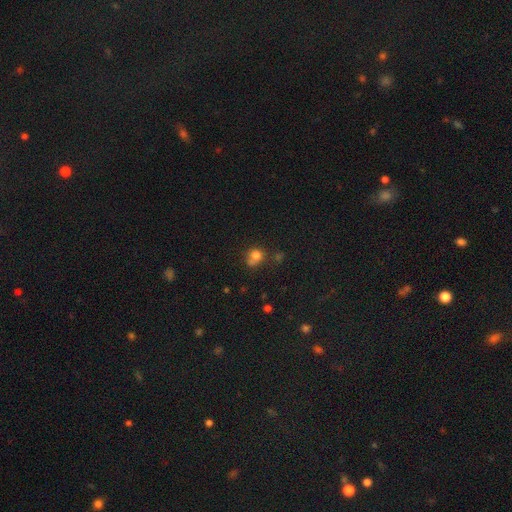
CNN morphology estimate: This is likely a smooth galaxy (77%). How rounded: likely round (76%). Merging: possibly none (46%).